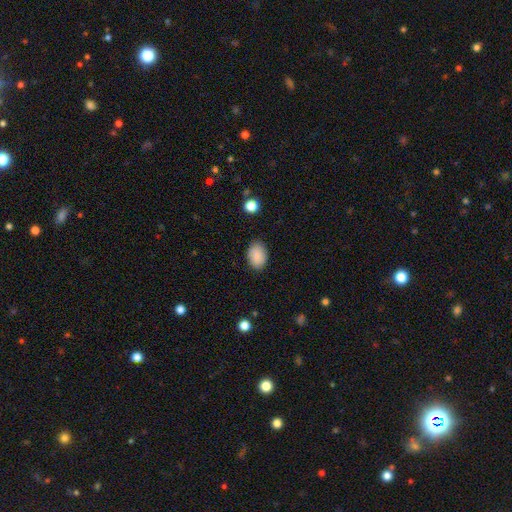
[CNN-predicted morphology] Smooth or featured? smooth (87%)
How rounded? in between (80%)
Merging? none (83%)